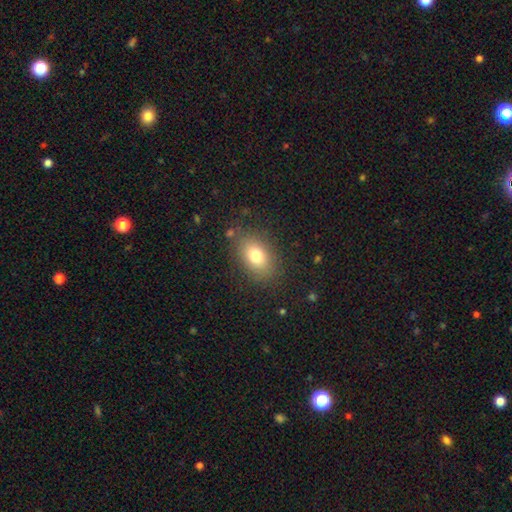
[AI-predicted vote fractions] smooth_or_featured: smooth (p=0.77) [alt: featured or disk p=0.13]
how_rounded: in between (p=0.79) [alt: round p=0.20]
merging: none (p=0.83) [alt: minor disturbance p=0.11]